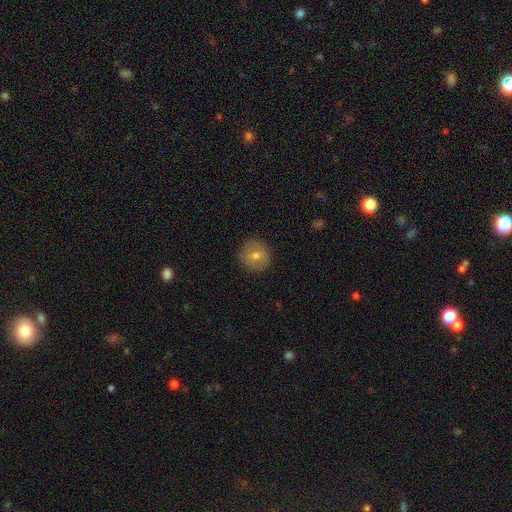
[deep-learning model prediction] Q: Smooth or featured?
A: smooth (70%); runner-up: featured or disk (20%)
Q: How rounded?
A: round (93%); runner-up: in between (6%)
Q: Merging?
A: none (89%); runner-up: minor disturbance (8%)